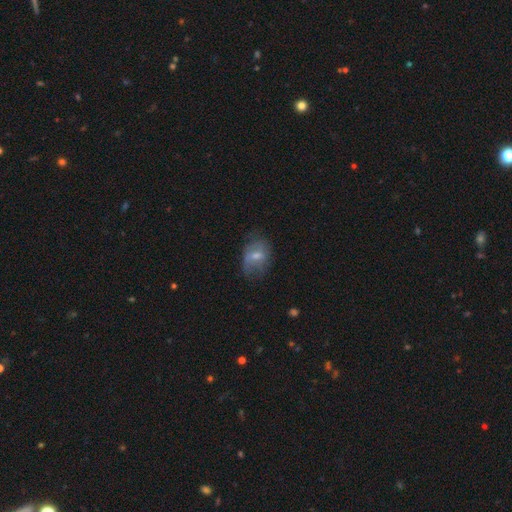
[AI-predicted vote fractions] Overall: featured or disk (46%; smooth 42%). Merging: none (62%; minor disturbance 25%).